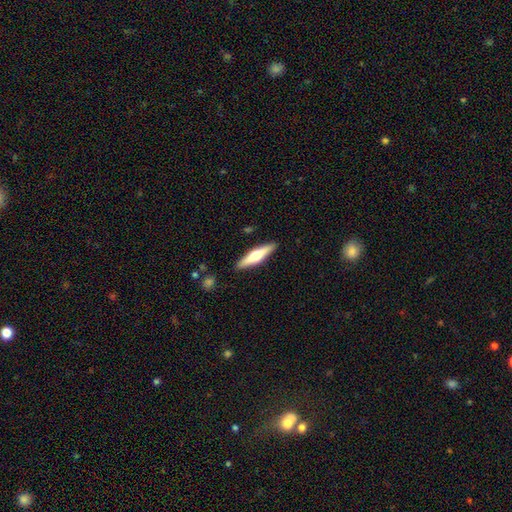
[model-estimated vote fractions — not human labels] Overall: featured or disk (53%; smooth 42%). Edge-on disk: yes (95%). Edge-on bulge: rounded (92%). Merging: none (90%).